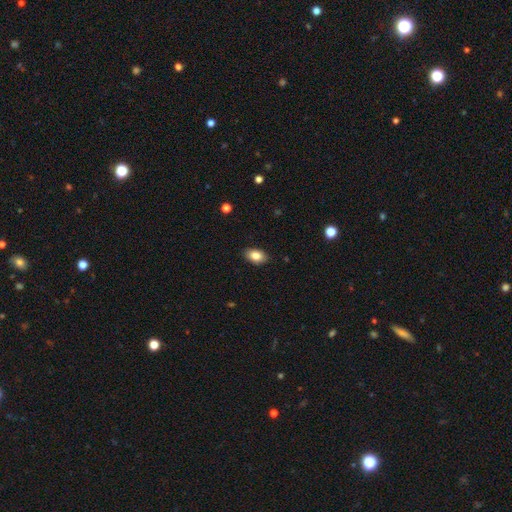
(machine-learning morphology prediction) type=smooth (85%); roundness=in between (89%); merging=none (88%).